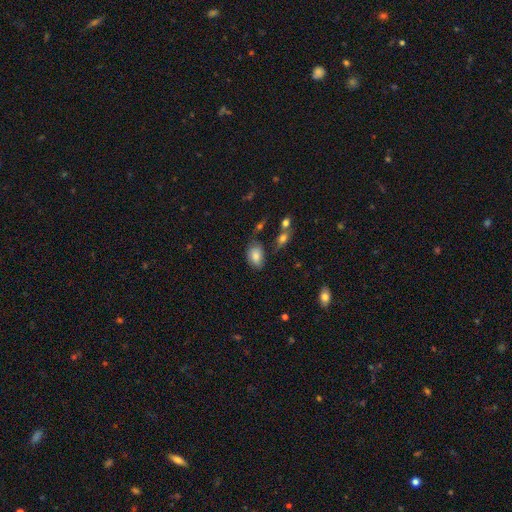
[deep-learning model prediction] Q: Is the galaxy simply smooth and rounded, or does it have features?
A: smooth — 77%.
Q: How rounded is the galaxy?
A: in between — 85%.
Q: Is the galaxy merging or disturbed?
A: none — 63%.